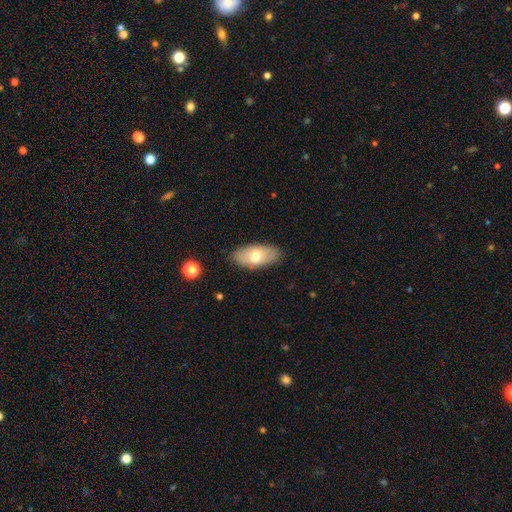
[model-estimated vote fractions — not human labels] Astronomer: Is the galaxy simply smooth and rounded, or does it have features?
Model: smooth — 66%.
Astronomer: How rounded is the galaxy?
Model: in between — 91%.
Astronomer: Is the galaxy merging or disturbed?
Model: none — 84%.